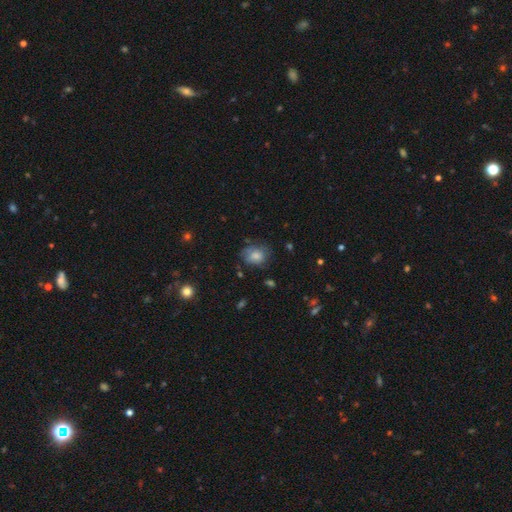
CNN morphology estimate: Smooth or featured: smooth — 67% (featured or disk — 22%)
How rounded: round — 54% (in between — 45%)
Merging: none — 59% (minor disturbance — 26%)